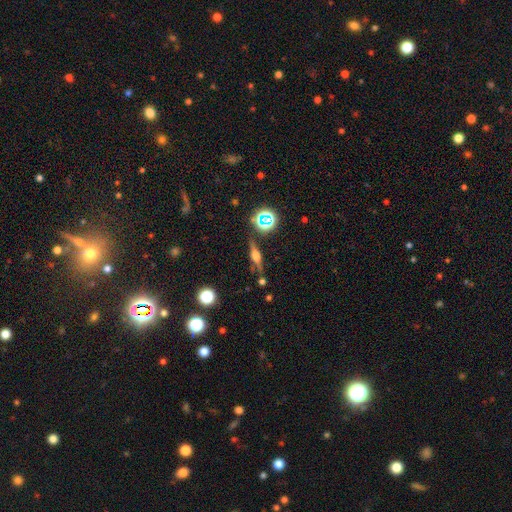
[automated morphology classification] Smooth or featured? featured or disk (64%)
Edge-on disk? yes (94%)
Edge-on bulge? rounded (91%)
Merging? none (80%)